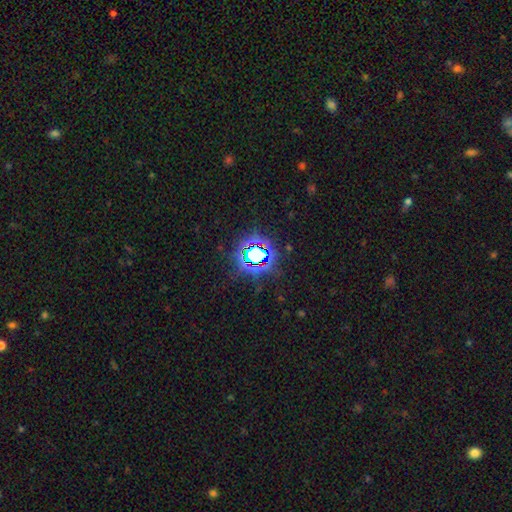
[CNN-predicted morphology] Smooth or featured: star or artifact — 74% (smooth — 16%)